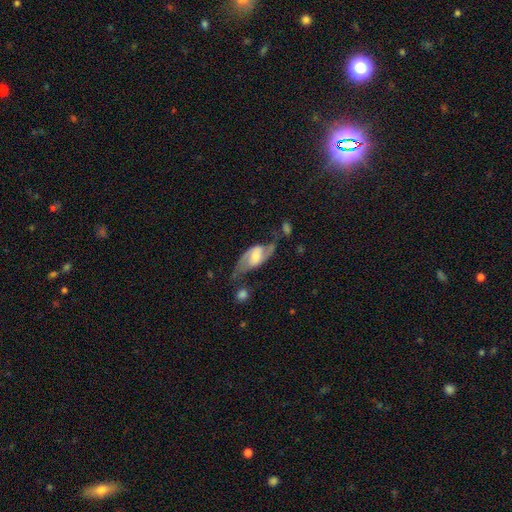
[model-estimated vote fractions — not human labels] A featured or disk galaxy (81%) with a weak bar (45%), 2 (91%) loose (48%) spiral arms (93%) and a moderate central bulge (46%). Merging: none (54%).